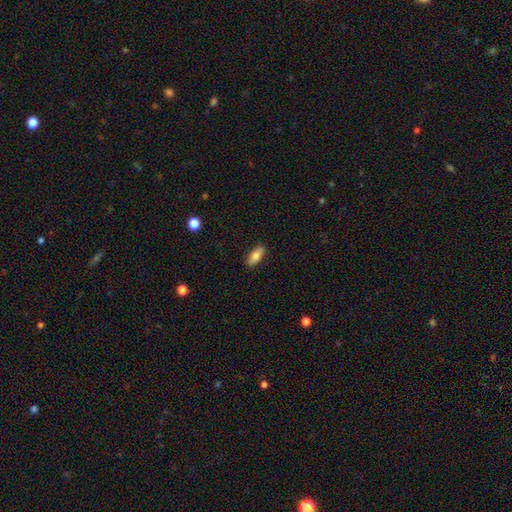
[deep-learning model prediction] Morphology: type=smooth (79%); roundness=in between (79%); merging=none (88%).